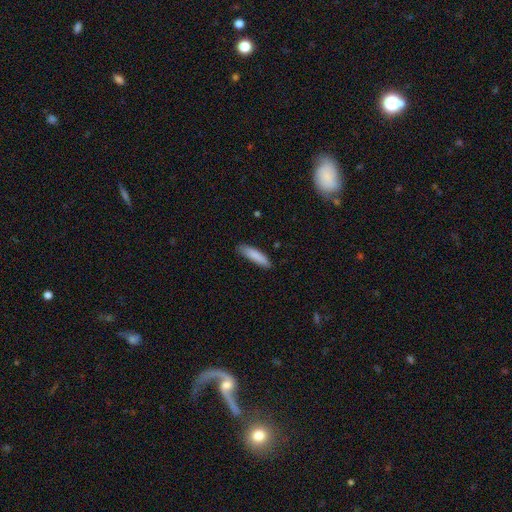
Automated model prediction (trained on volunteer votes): Smooth or featured? Predicted: smooth (p=0.86). How rounded? Predicted: cigar-shaped (p=0.72). Merging? Predicted: none (p=0.83).